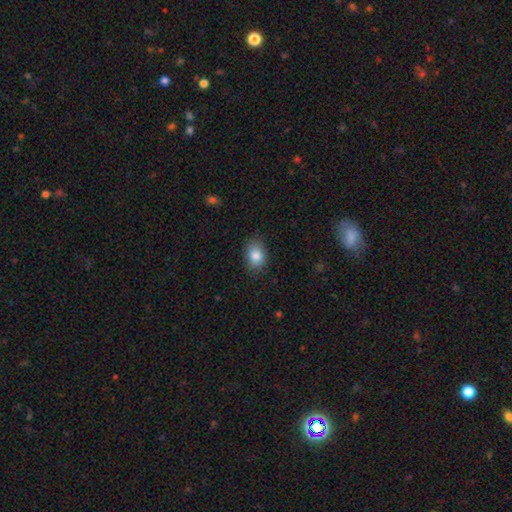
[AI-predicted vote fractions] Q: Smooth or featured?
A: smooth (85%); runner-up: star or artifact (9%)
Q: How rounded?
A: in between (72%); runner-up: round (27%)
Q: Merging?
A: none (83%); runner-up: minor disturbance (13%)